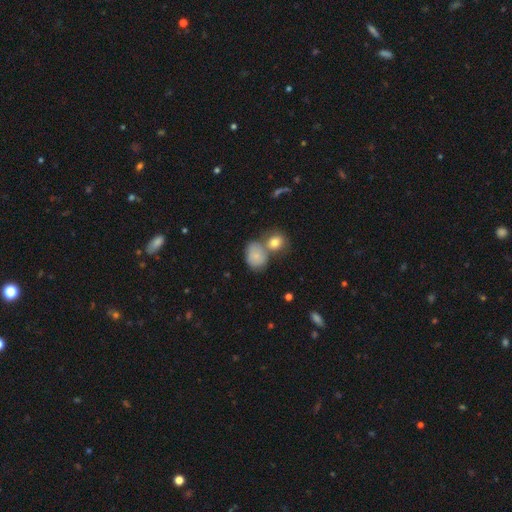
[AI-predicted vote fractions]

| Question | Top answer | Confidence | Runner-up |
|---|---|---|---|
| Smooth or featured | smooth | 76% | featured or disk (15%) |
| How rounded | in between | 55% | round (44%) |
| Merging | merger | 40% | none (38%) |